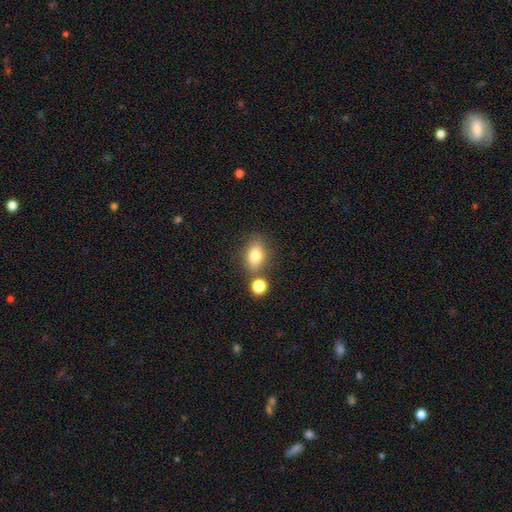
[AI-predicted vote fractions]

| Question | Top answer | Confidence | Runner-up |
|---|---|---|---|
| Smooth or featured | smooth | 78% | featured or disk (12%) |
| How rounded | in between | 77% | round (19%) |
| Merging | none | 68% | merger (15%) |